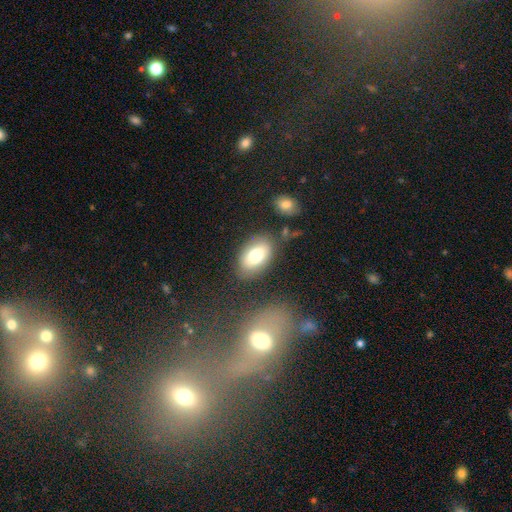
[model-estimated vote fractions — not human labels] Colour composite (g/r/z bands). It shows a smooth galaxy with no disk features (77%) that is in between round and cigar-shaped (88%). Merging: none (79%).